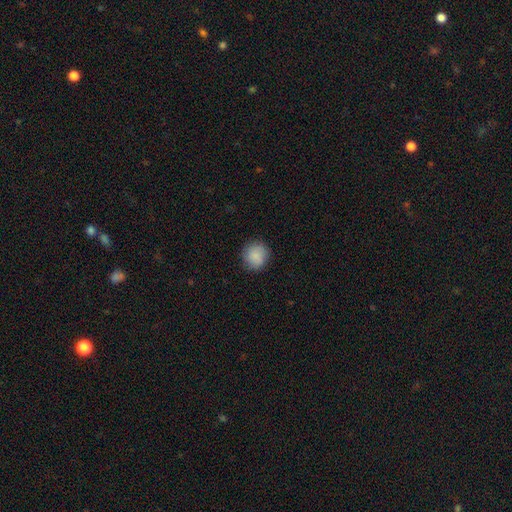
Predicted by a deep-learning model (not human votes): Morphology: type=smooth (88%); roundness=round (92%); merging=none (87%).